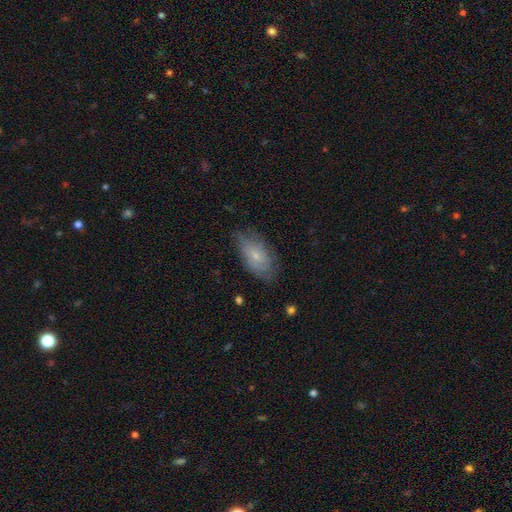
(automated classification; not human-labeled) smooth_or_featured: smooth (p=0.60) [alt: featured or disk p=0.33]
how_rounded: in between (p=0.89) [alt: cigar-shaped p=0.06]
merging: none (p=0.66) [alt: minor disturbance p=0.26]